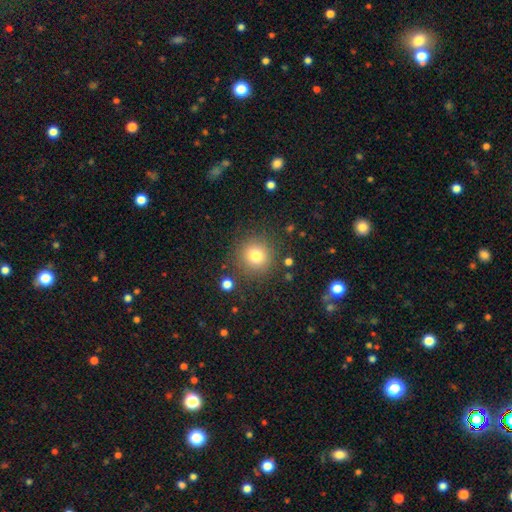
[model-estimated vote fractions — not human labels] Smooth or featured?
  - smooth: 79% *
  - star or artifact: 13%
  - featured or disk: 8%
How rounded?
  - round: 93% *
  - in between: 6%
  - cigar-shaped: 1%
Merging?
  - none: 86% *
  - minor disturbance: 8%
  - major disturbance: 4%
  - merger: 3%